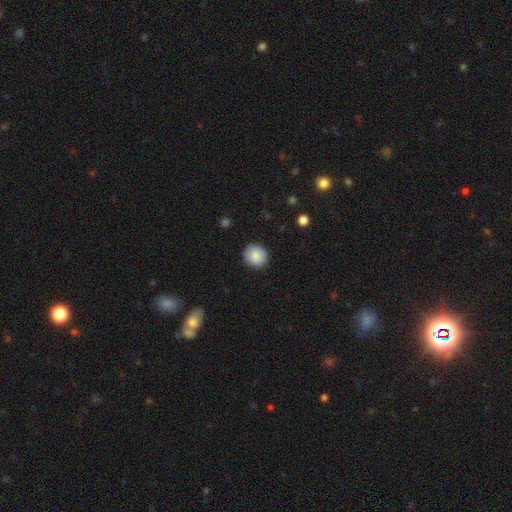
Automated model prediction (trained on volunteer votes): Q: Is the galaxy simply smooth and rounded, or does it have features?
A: smooth — 88%.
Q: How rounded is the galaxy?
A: round — 87%.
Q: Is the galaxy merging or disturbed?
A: none — 90%.